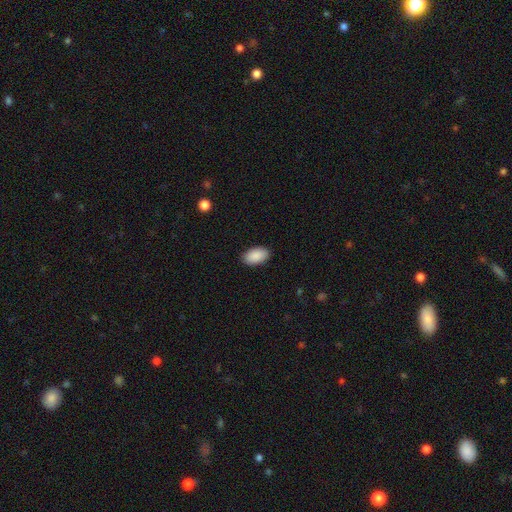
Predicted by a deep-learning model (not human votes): Overall: smooth (90%). How rounded: in between (94%). Merging: none (89%).